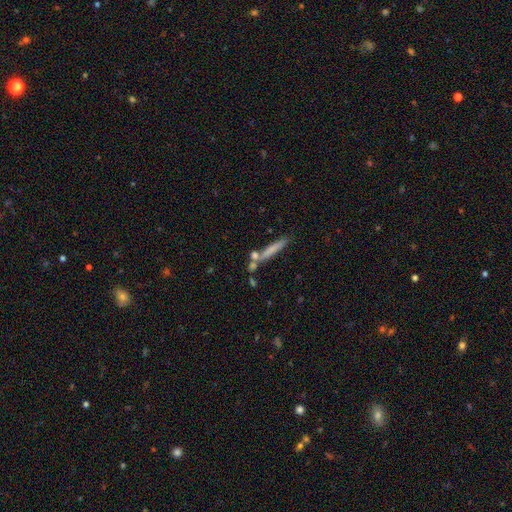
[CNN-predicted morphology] The model was most divided on "merging": none: 60%, merger: 23%, minor disturbance: 12%, major disturbance: 5%. More confident: how rounded — cigar-shaped (83%); smooth or featured — smooth (65%).